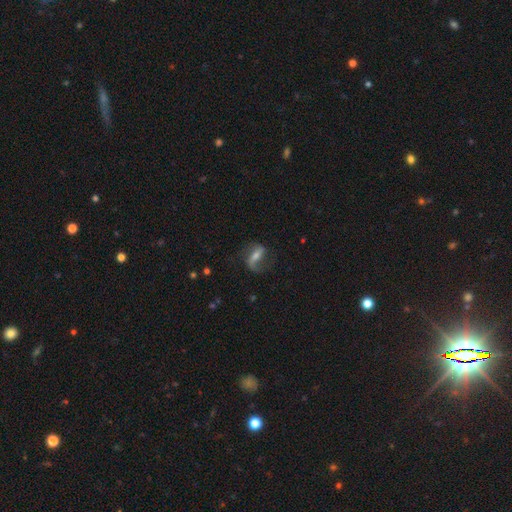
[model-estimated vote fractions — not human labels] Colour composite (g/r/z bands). It shows a featured or disk galaxy (71%) with a strong bar (50%), 2 (76%) loose (56%) spiral arms (89%) and a moderate central bulge (45%). Merging: none (64%).